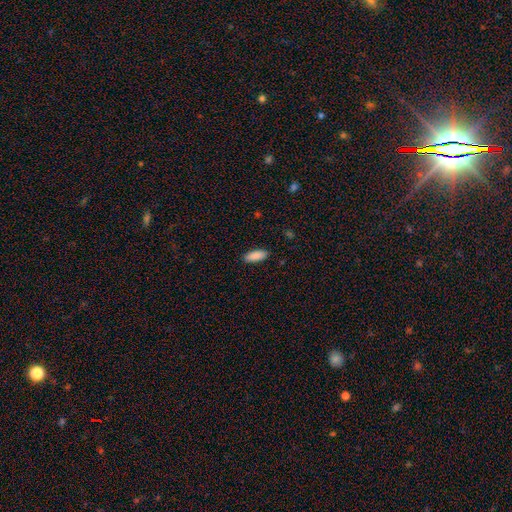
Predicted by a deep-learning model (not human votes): Q: Smooth or featured?
A: smooth (89%); runner-up: star or artifact (6%)
Q: How rounded?
A: in between (74%); runner-up: cigar-shaped (24%)
Q: Merging?
A: none (89%); runner-up: minor disturbance (8%)